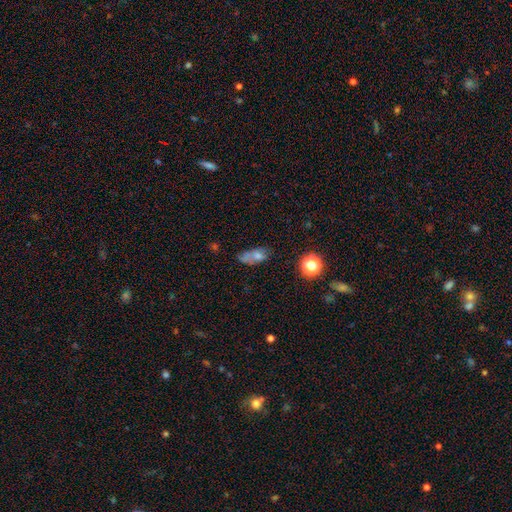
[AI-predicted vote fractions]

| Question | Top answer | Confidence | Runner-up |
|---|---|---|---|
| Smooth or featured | smooth | 66% | featured or disk (19%) |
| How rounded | in between | 80% | cigar-shaped (10%) |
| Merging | none | 47% | minor disturbance (29%) |